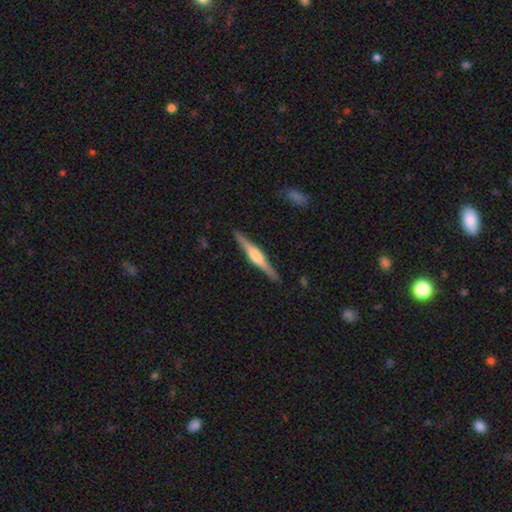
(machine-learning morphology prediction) Smooth or featured?
  - featured or disk: 73% *
  - smooth: 22%
  - star or artifact: 5%
Edge-on disk?
  - yes: 98% *
  - no: 2%
Edge-on bulge?
  - rounded: 72% *
  - boxy: 21%
  - none: 6%
Merging?
  - none: 90% *
  - minor disturbance: 7%
  - major disturbance: 2%
  - merger: 1%